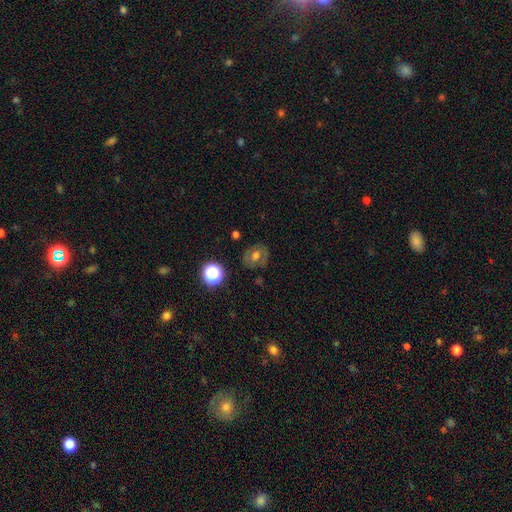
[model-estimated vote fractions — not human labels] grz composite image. It shows a smooth galaxy with no disk features (48%). Merging: none (79%).